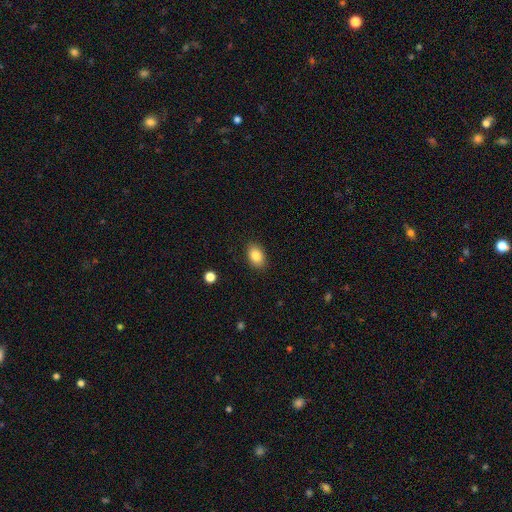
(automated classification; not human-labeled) Overall: smooth (85%). How rounded: in between (85%). Merging: none (88%).